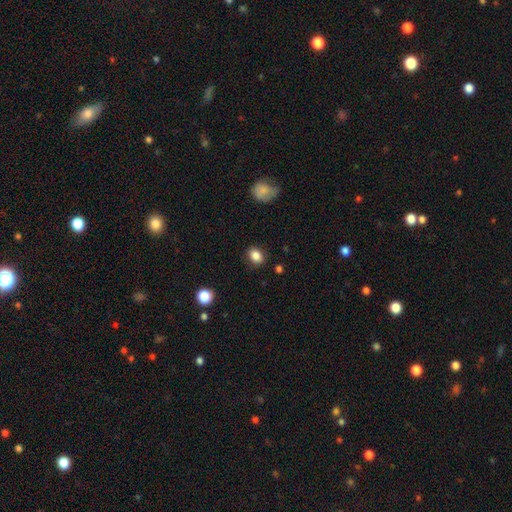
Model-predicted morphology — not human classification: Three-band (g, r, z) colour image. It shows a smooth galaxy with no disk features (85%) that is in between round and cigar-shaped (59%). Merging: none (84%).